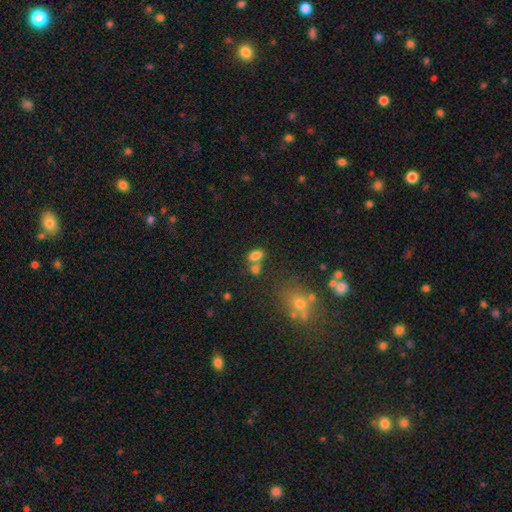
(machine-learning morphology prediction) Smooth or featured?
  - smooth: 78% *
  - star or artifact: 13%
  - featured or disk: 10%
How rounded?
  - in between: 84% *
  - round: 14%
  - cigar-shaped: 2%
Merging?
  - none: 43% *
  - merger: 41%
  - minor disturbance: 12%
  - major disturbance: 5%